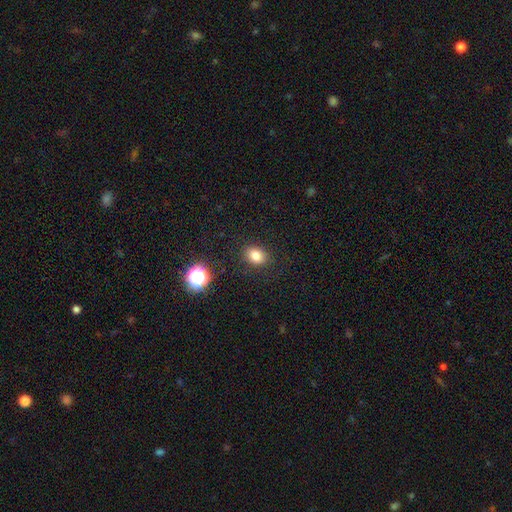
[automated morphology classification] Overall: smooth (81%). How rounded: in between (62%; round 37%). Merging: none (87%).